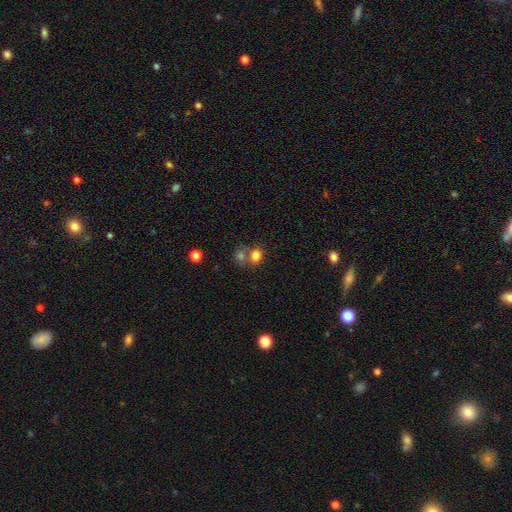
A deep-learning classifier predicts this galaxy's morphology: Smooth or featured: smooth — 78% (star or artifact — 12%)
How rounded: round — 52% (in between — 47%)
Merging: none — 45% (merger — 40%)